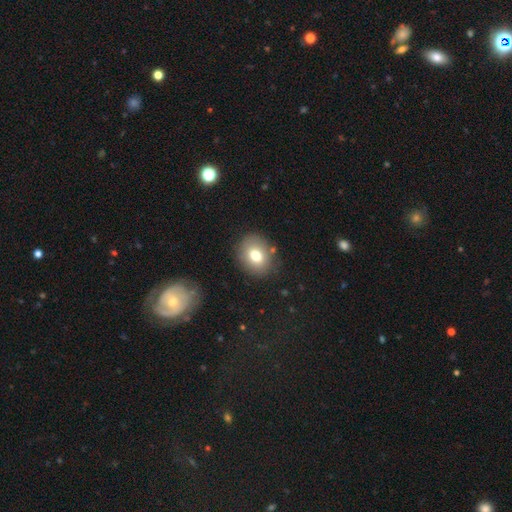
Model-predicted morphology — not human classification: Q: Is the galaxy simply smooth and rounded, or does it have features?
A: smooth — 75%.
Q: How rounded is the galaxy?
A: in between — 52%.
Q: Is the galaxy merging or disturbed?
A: none — 83%.